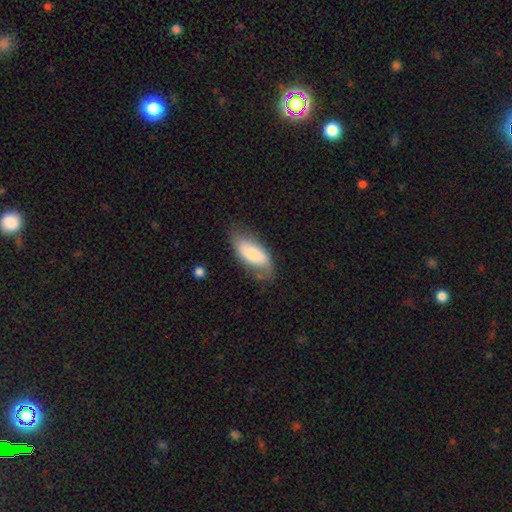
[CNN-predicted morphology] Q: Smooth or featured?
A: smooth (69%); runner-up: featured or disk (25%)
Q: How rounded?
A: in between (87%); runner-up: cigar-shaped (11%)
Q: Merging?
A: none (58%); runner-up: minor disturbance (29%)